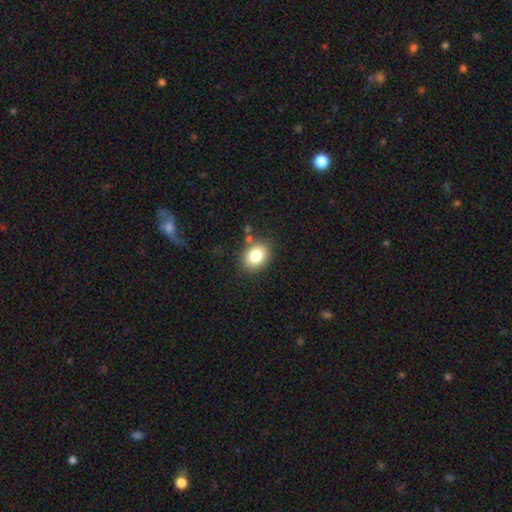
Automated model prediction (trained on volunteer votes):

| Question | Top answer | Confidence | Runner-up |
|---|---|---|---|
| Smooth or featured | smooth | 82% | star or artifact (10%) |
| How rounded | in between | 60% | round (40%) |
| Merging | none | 83% | minor disturbance (11%) |